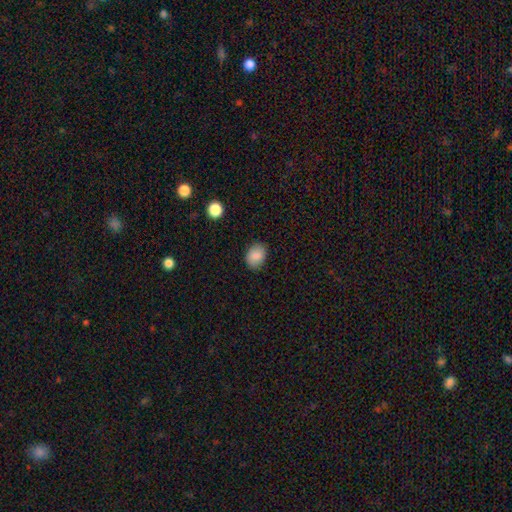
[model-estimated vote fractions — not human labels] A smooth galaxy with no disk features (87%) that is in between round and cigar-shaped (62%).

Vote fractions:
- Smooth or featured? smooth: 87% / star or artifact: 8% / featured or disk: 5%
- How rounded? in between: 62% / round: 37% / cigar-shaped: 1%
- Merging? none: 83% / minor disturbance: 13% / major disturbance: 3% / merger: 1%